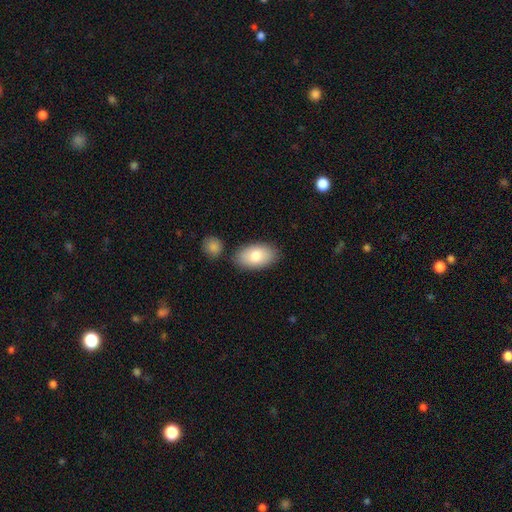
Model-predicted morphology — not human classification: smooth 80%, featured or disk 14%, star or artifact 6%. Down the decision tree: how rounded — in between (94%); merging — none (80%).